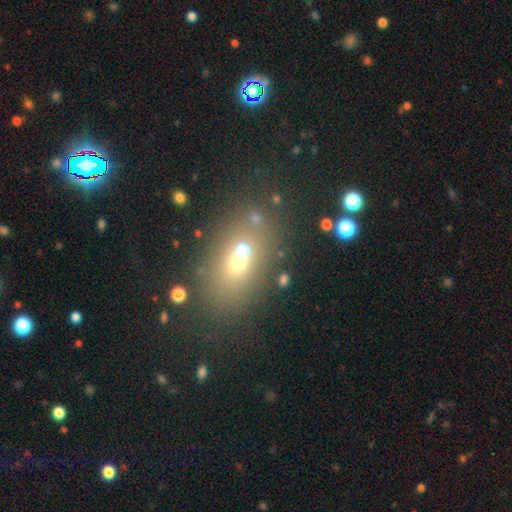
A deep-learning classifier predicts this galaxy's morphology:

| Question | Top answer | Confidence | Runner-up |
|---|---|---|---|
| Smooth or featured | smooth | 52% | star or artifact (28%) |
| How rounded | in between | 78% | round (14%) |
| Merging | none | 72% | minor disturbance (12%) |